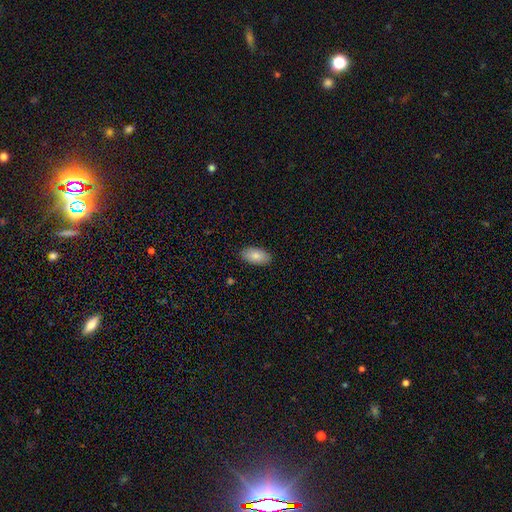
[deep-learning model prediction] Smooth or featured? smooth (84%)
How rounded? in between (95%)
Merging? none (89%)